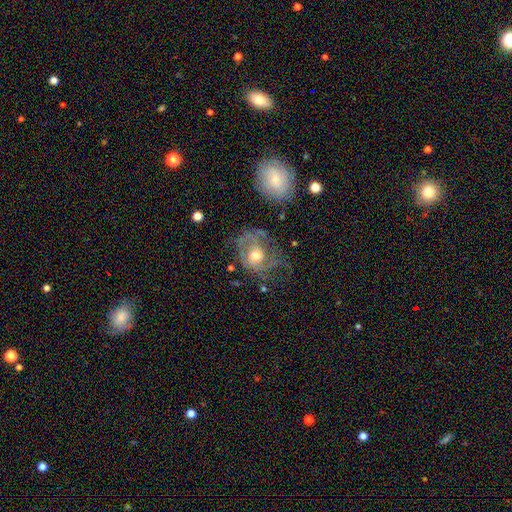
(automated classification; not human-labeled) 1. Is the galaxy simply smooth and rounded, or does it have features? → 76% featured or disk, 16% smooth, 8% star or artifact.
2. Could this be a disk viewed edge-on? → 97% no, 3% yes.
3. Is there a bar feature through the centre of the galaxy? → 68% no, 27% weak, 5% strong.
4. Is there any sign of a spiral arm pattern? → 80% yes, 20% no.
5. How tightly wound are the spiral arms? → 41% medium, 39% tight, 19% loose.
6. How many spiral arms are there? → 34% can't tell, 33% 2, 14% 3, 9% 1, 5% 4, 4% more than 4.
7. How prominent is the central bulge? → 65% moderate, 16% large, 15% small, 2% none, 2% dominant.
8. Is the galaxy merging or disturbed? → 44% none, 31% major disturbance, 20% minor disturbance, 5% merger.